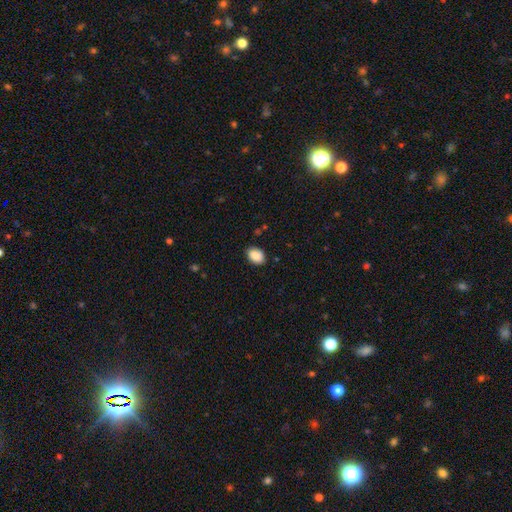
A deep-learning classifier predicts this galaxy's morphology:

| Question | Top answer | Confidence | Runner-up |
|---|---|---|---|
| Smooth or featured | smooth | 90% | star or artifact (7%) |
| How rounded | in between | 83% | round (16%) |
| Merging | none | 87% | minor disturbance (9%) |